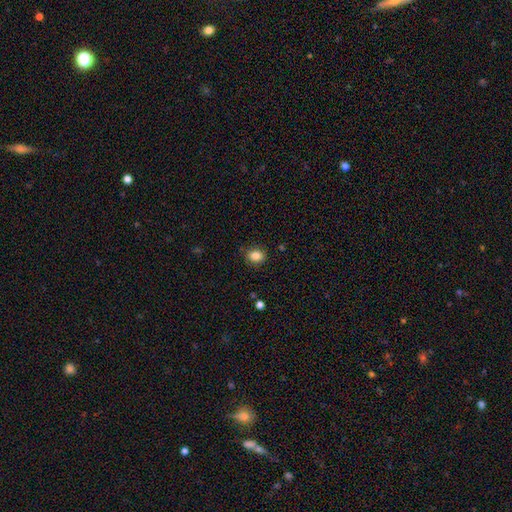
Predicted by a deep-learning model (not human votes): Smooth or featured: smooth — 85% (star or artifact — 10%)
How rounded: in between — 50% (round — 49%)
Merging: none — 86% (minor disturbance — 10%)